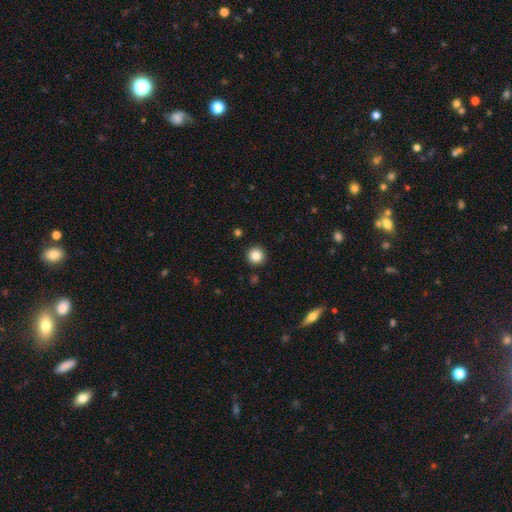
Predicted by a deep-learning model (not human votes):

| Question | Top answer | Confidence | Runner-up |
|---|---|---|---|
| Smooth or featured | smooth | 85% | star or artifact (10%) |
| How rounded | round | 95% | in between (4%) |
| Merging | none | 92% | minor disturbance (5%) |